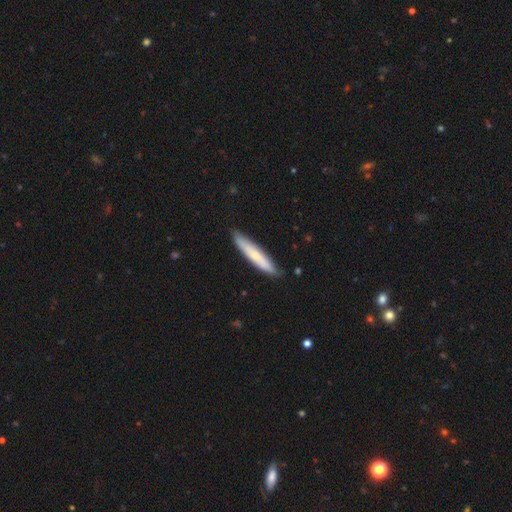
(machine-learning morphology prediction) Smooth or featured: smooth — 59% (featured or disk — 35%)
How rounded: cigar-shaped — 90% (in between — 9%)
Merging: none — 84% (minor disturbance — 13%)